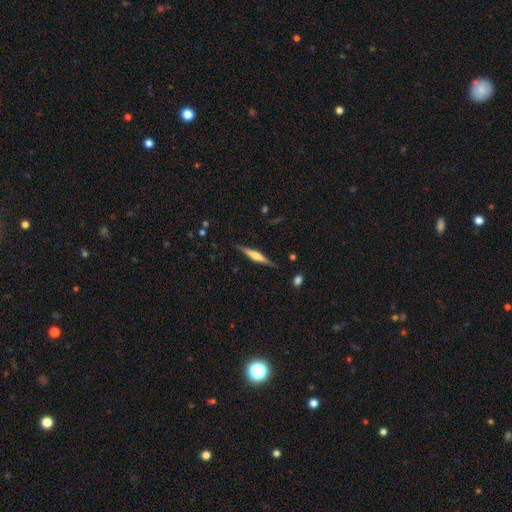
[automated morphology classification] This is likely a featured or disk galaxy (66%). It is clearly viewed edge-on (98%). Edge-on bulge: likely rounded (63%). Merging: clearly none (88%).